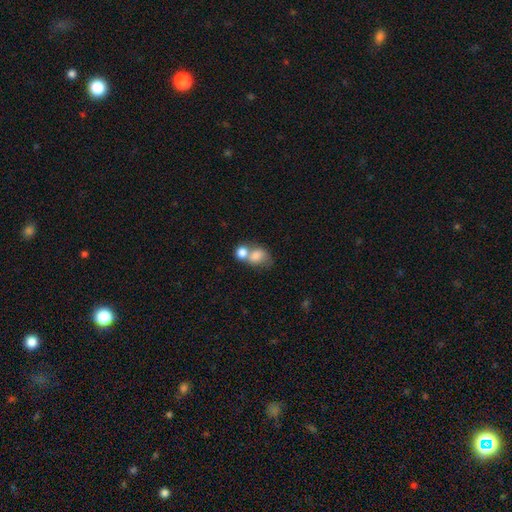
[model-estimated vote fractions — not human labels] Overall: smooth (77%). How rounded: round (52%; in between 47%). Merging: merger (63%).